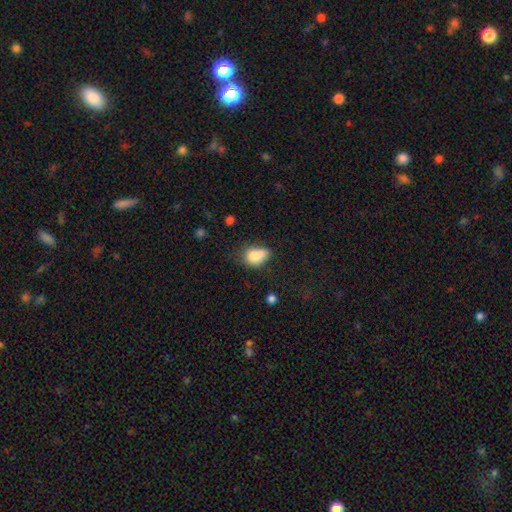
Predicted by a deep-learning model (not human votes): Q: Smooth or featured?
A: smooth (80%); runner-up: featured or disk (10%)
Q: How rounded?
A: in between (79%); runner-up: round (19%)
Q: Merging?
A: none (41%); runner-up: minor disturbance (32%)